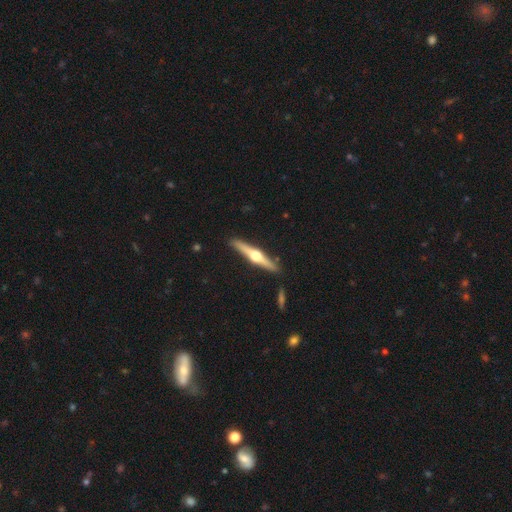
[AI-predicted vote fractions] This is likely a featured or disk galaxy (75%). It is clearly viewed edge-on (98%). Edge-on bulge: clearly rounded (96%). Merging: clearly none (90%).